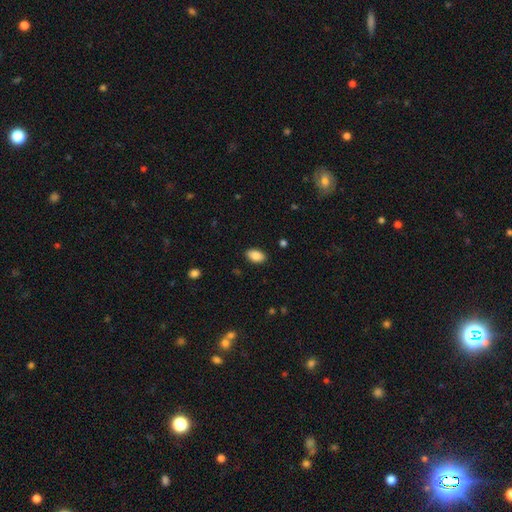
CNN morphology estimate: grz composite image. It shows a smooth galaxy with no disk features (88%) that is in between round and cigar-shaped (92%). Merging: none (88%).